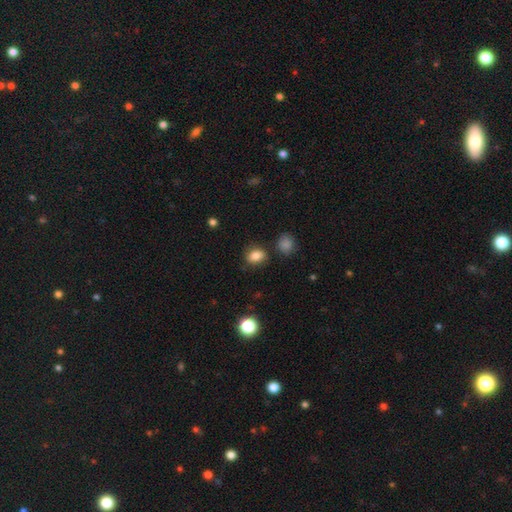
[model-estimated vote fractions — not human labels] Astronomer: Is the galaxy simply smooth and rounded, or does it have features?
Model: smooth — 83%.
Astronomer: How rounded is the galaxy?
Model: in between — 59% (runner-up: round, 40%).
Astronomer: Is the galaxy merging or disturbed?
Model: none — 79%.